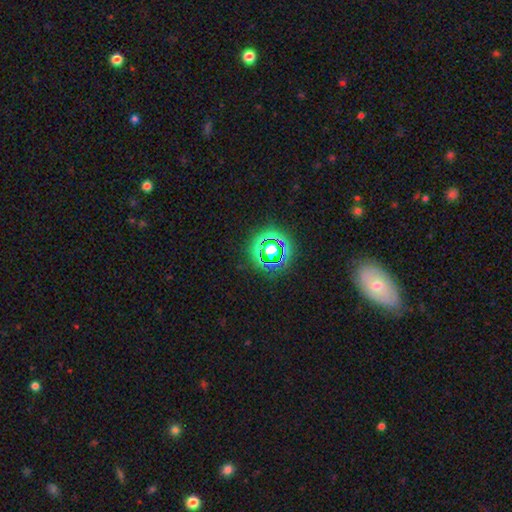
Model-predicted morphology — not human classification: type=star or artifact (71%).